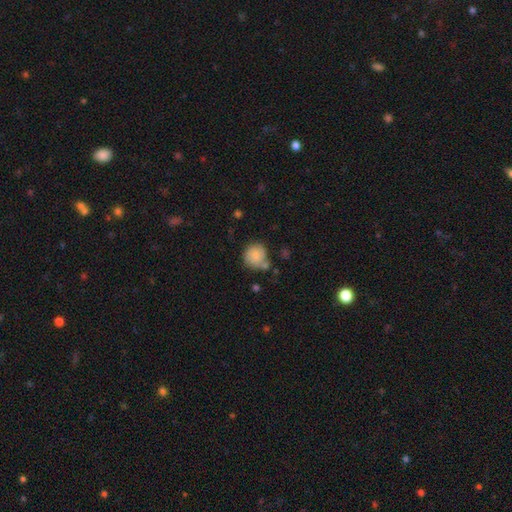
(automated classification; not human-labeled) smooth-or-featured: smooth: 72% | featured or disk: 20% | star or artifact: 8%
  how-rounded: round: 85% | in between: 14% | cigar-shaped: 1%
  merging: none: 59% | minor disturbance: 21% | merger: 13% | major disturbance: 7%